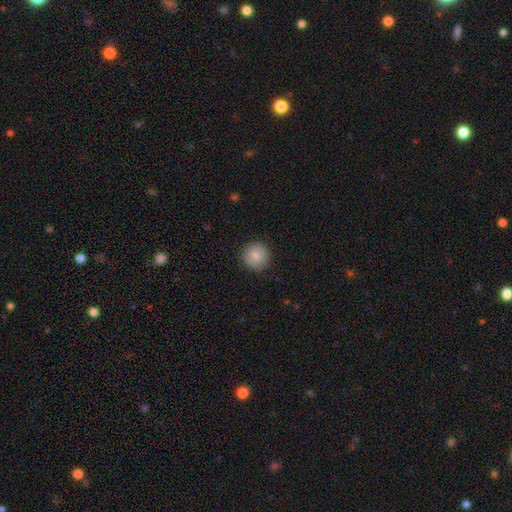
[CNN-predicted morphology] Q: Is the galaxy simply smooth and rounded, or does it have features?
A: smooth — 87%.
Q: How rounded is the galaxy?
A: round — 95%.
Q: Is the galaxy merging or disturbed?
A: none — 89%.